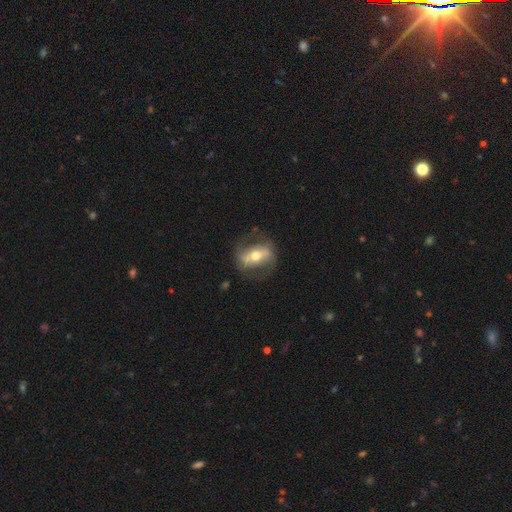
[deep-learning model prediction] Smooth or featured?
  - featured or disk: 70% *
  - smooth: 24%
  - star or artifact: 6%
Edge-on disk?
  - no: 84% *
  - yes: 16%
Bar?
  - strong: 62% *
  - weak: 22%
  - no: 17%
Spiral arms?
  - yes: 58% *
  - no: 42%
Bulge size?
  - moderate: 69% *
  - small: 21%
  - large: 8%
  - dominant: 1%
  - none: 1%
Merging?
  - none: 73% *
  - minor disturbance: 16%
  - major disturbance: 10%
  - merger: 1%